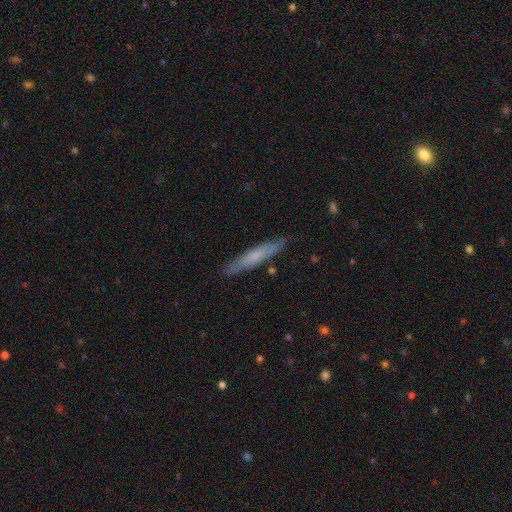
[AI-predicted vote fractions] Morphology: type=smooth (59%); roundness=cigar-shaped (93%); merging=none (87%).